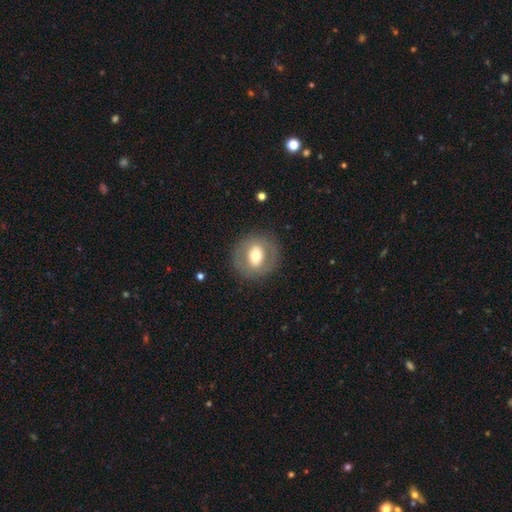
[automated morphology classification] A smooth galaxy with no disk features (48%). Merging: none (83%).